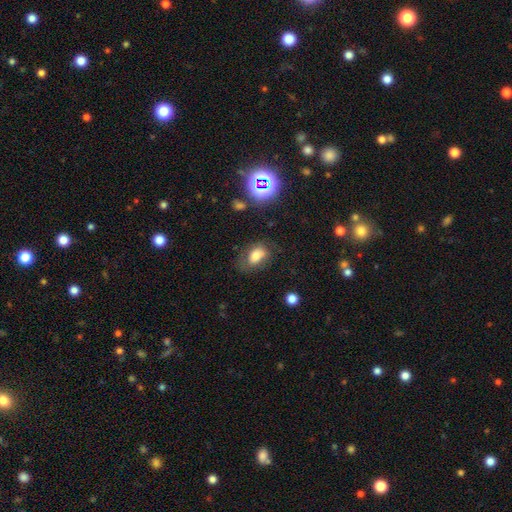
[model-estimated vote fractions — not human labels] Smooth or featured? smooth (66%)
How rounded? in between (82%)
Merging? none (63%)